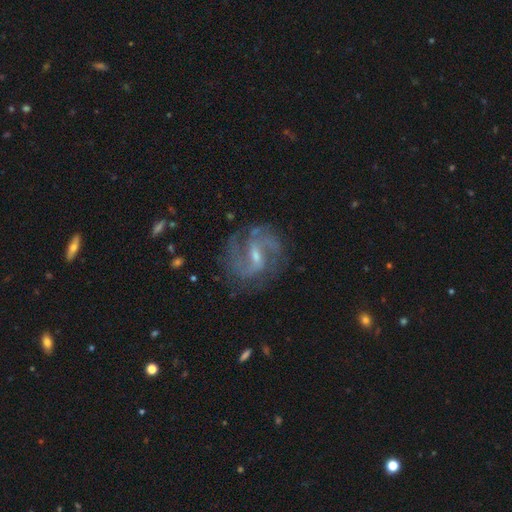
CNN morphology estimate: Q: Smooth or featured?
A: featured or disk (87%); runner-up: star or artifact (8%)
Q: Edge-on disk?
A: no (97%); runner-up: yes (3%)
Q: Bar?
A: weak (54%); runner-up: strong (31%)
Q: Spiral arms?
A: yes (97%); runner-up: no (3%)
Q: Spiral winding?
A: medium (53%); runner-up: loose (26%)
Q: Spiral arm count?
A: 2 (75%); runner-up: 3 (9%)
Q: Bulge size?
A: small (59%); runner-up: moderate (32%)
Q: Merging?
A: none (78%); runner-up: minor disturbance (14%)